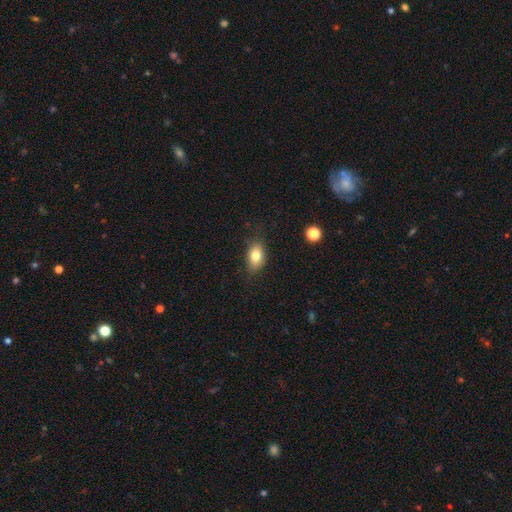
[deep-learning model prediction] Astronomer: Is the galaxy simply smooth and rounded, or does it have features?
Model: smooth — 78%.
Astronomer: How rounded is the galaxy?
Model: in between — 84%.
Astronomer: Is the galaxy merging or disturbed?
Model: none — 79%.